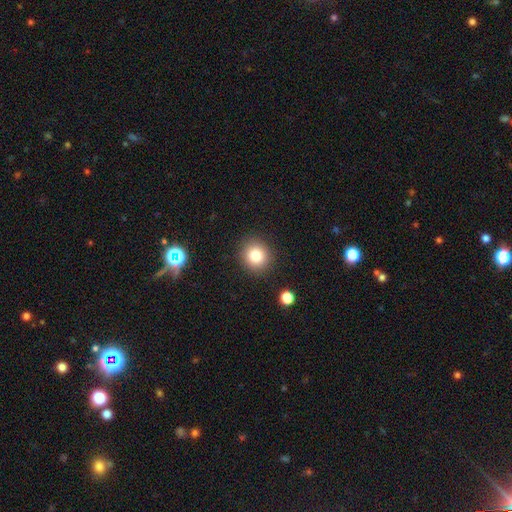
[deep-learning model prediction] Overall: smooth (81%). How rounded: round (87%). Merging: none (88%).